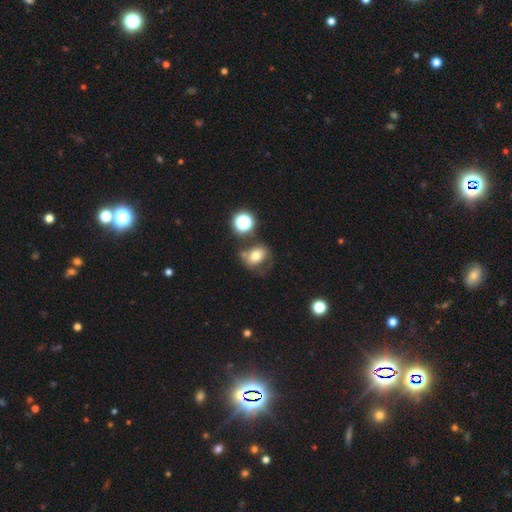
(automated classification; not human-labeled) A smooth galaxy with no disk features (63%) that is in between round and cigar-shaped (55%).

Vote fractions:
- Smooth or featured? smooth: 63% / featured or disk: 23% / star or artifact: 14%
- How rounded? in between: 55% / round: 44% / cigar-shaped: 1%
- Merging? none: 49% / minor disturbance: 22% / merger: 15% / major disturbance: 14%